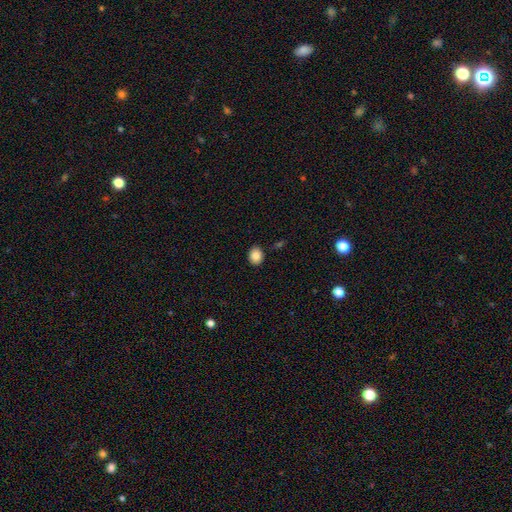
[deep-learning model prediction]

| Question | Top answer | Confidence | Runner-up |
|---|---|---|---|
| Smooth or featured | smooth | 87% | star or artifact (9%) |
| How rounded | round | 65% | in between (34%) |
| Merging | none | 89% | minor disturbance (7%) |